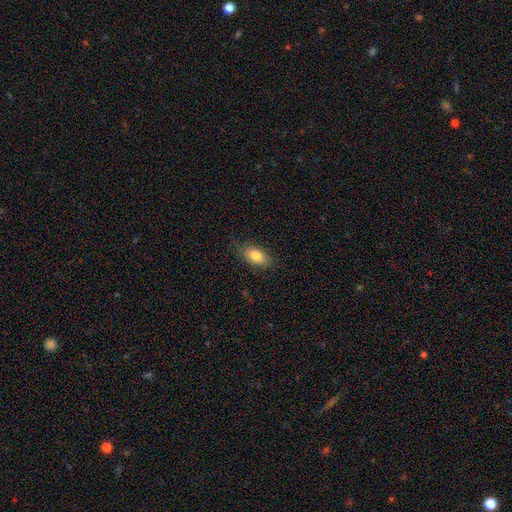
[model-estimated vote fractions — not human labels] This appears to be a smooth galaxy with no disk features (83%) that is in between round and cigar-shaped (90%). Merging: none (83%).